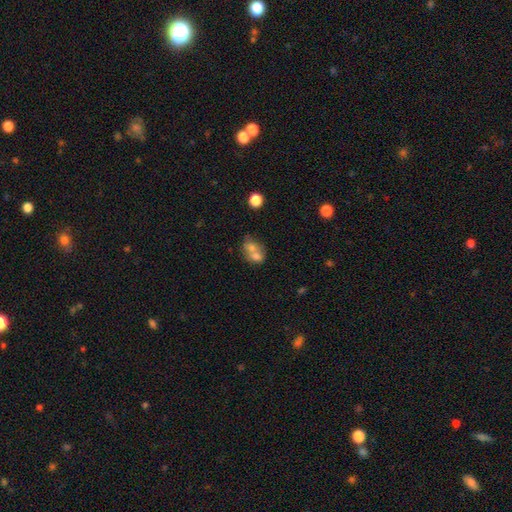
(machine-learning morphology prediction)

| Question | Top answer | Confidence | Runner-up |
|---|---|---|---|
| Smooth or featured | smooth | 65% | featured or disk (24%) |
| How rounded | in between | 50% | round (48%) |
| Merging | merger | 66% | none (22%) |